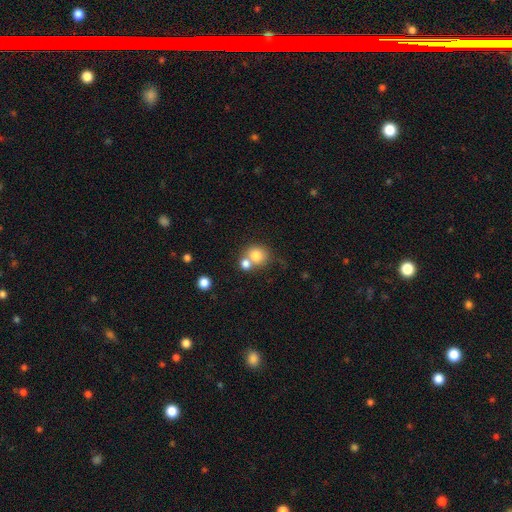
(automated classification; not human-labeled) Q: Smooth or featured?
A: smooth (79%); runner-up: star or artifact (10%)
Q: How rounded?
A: round (82%); runner-up: in between (18%)
Q: Merging?
A: none (45%); runner-up: merger (43%)